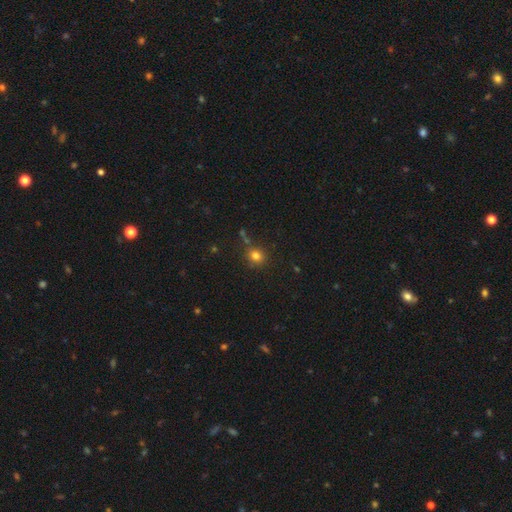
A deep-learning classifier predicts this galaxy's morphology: smooth-or-featured: smooth: 79% | star or artifact: 15% | featured or disk: 6%
  how-rounded: round: 87% | in between: 12% | cigar-shaped: 1%
  merging: none: 78% | minor disturbance: 11% | merger: 7% | major disturbance: 4%